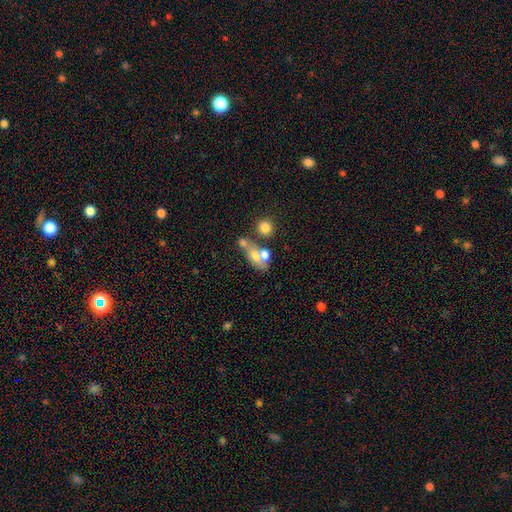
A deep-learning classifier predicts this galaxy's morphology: smooth 59%, featured or disk 29%, star or artifact 11%. Down the decision tree: how rounded — in between (73%); merging — merger (48%).